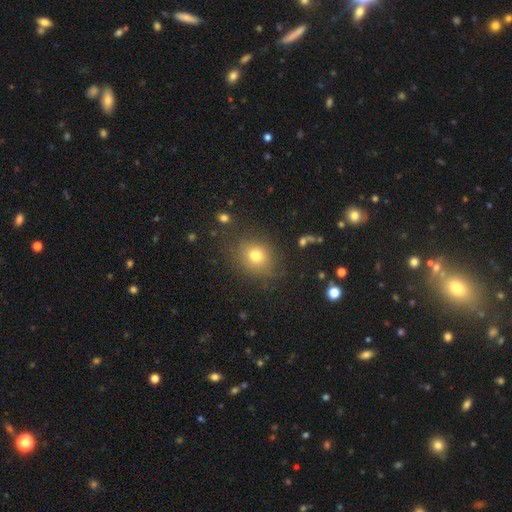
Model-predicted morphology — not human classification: Smooth or featured: smooth — 76% (star or artifact — 15%)
How rounded: round — 70% (in between — 29%)
Merging: none — 82% (minor disturbance — 11%)